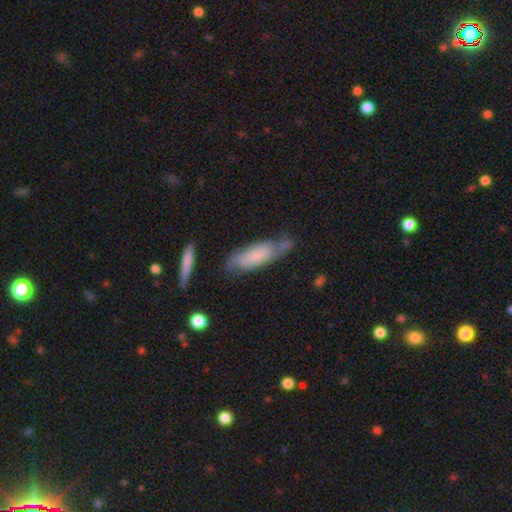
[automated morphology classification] Smooth or featured? Predicted: smooth (p=0.60). How rounded? Predicted: in between (p=0.50). Merging? Predicted: none (p=0.55).